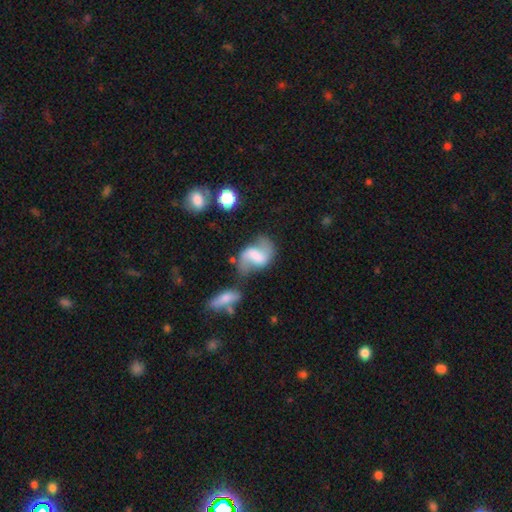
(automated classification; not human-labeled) This appears to be a featured or disk galaxy (65%) with a strong bar (39%, tied with weak), 2 (88%) loose (63%) spiral arms (83%) and no central bulge (37%). Merging: none (46%).